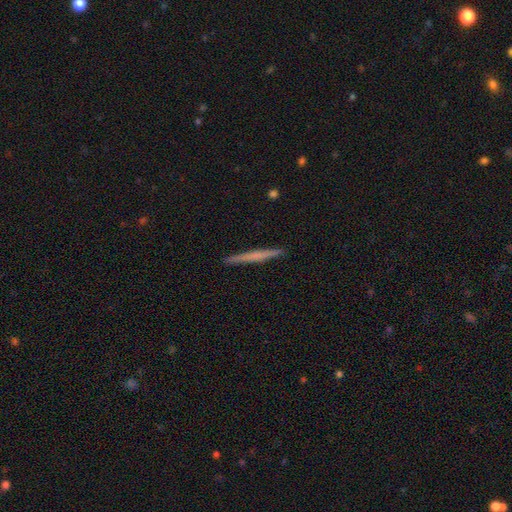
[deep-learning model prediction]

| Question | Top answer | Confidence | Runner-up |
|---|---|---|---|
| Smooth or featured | smooth | 47% | tied: featured or disk (47%) |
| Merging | none | 93% | minor disturbance (5%) |